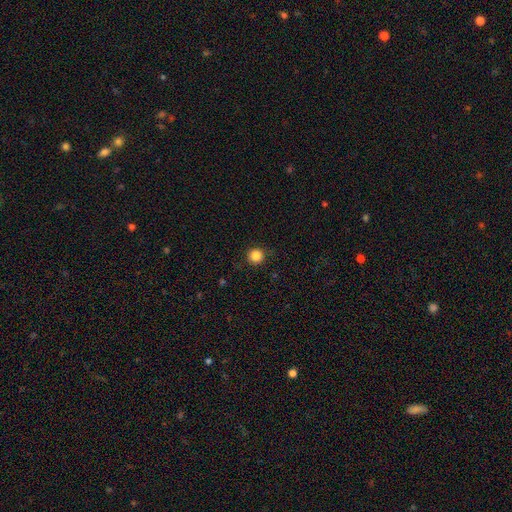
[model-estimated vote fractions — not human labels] Morphology: type=smooth (85%); roundness=round (95%); merging=none (91%).